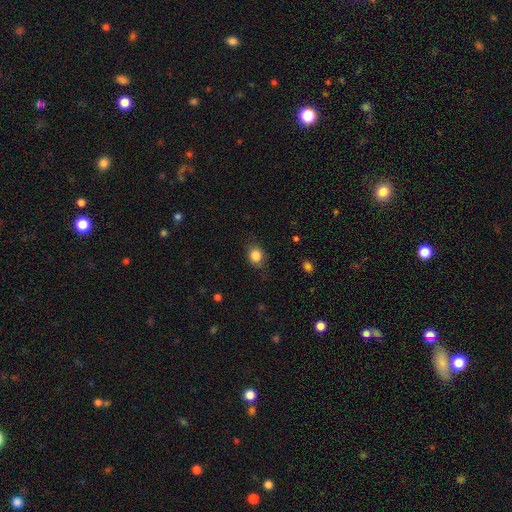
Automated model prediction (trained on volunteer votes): Smooth or featured? Predicted: smooth (p=0.85). How rounded? Predicted: round (p=0.61). Merging? Predicted: none (p=0.78).